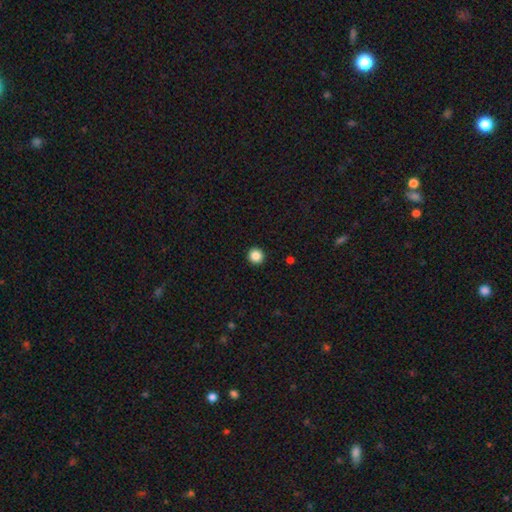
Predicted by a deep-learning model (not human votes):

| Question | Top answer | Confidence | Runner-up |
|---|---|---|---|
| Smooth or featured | smooth | 87% | star or artifact (10%) |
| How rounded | round | 95% | in between (4%) |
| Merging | none | 94% | minor disturbance (4%) |